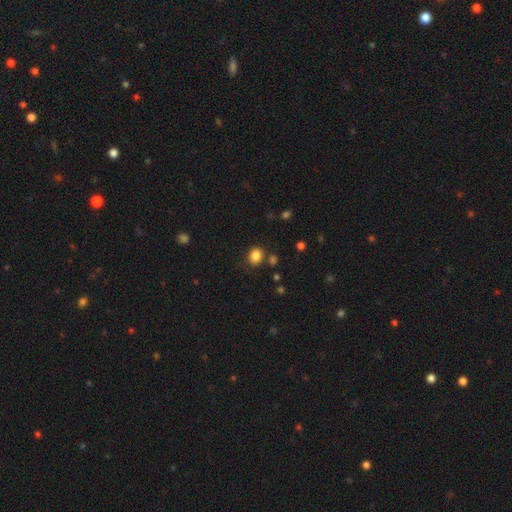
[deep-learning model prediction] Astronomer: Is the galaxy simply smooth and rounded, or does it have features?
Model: smooth — 84%.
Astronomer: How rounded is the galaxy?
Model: round — 58% (runner-up: in between, 42%).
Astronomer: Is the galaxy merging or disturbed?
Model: none — 77%.